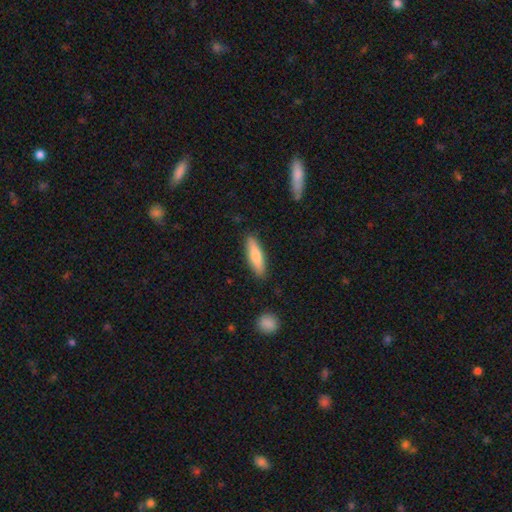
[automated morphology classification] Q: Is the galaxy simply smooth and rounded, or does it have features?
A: smooth — 69%.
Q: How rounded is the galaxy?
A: cigar-shaped — 72%.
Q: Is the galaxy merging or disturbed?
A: none — 87%.